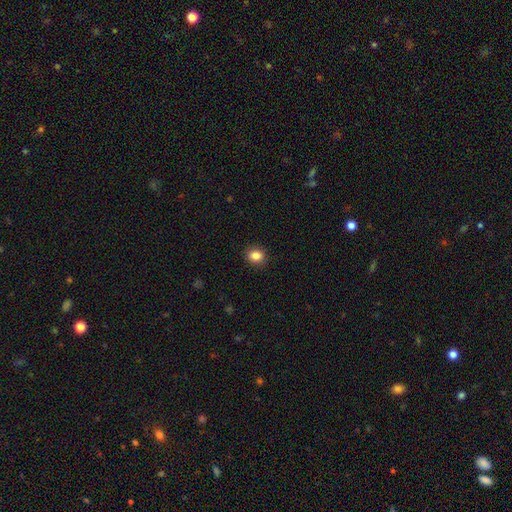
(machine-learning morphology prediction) Overall: smooth (85%). How rounded: round (66%; in between 33%). Merging: none (91%).